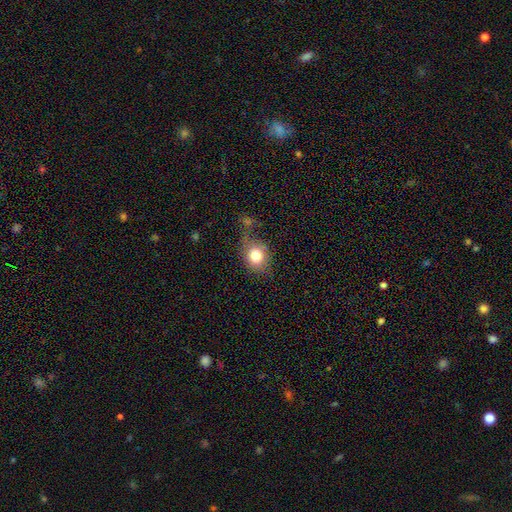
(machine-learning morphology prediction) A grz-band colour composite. It shows a smooth galaxy with no disk features (79%) that is round (61%). Merging: none (59%).